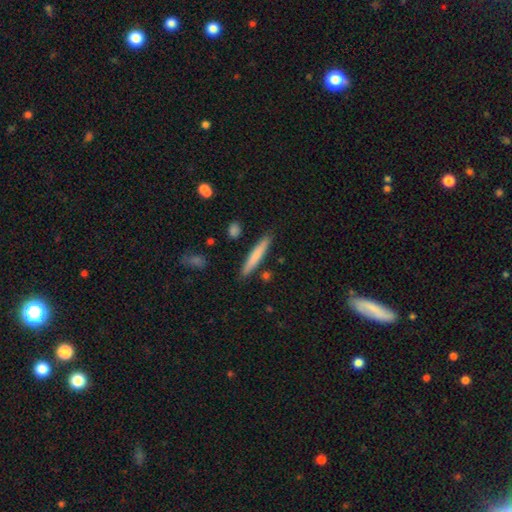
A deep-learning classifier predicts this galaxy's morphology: Smooth or featured?
  - smooth: 72% *
  - featured or disk: 22%
  - star or artifact: 6%
How rounded?
  - cigar-shaped: 94% *
  - in between: 5%
  - round: 1%
Merging?
  - none: 88% *
  - minor disturbance: 8%
  - merger: 2%
  - major disturbance: 2%